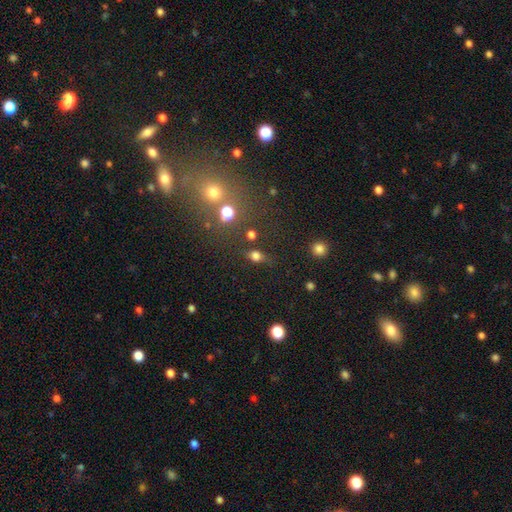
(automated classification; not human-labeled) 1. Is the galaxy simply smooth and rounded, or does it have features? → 73% smooth, 17% star or artifact, 10% featured or disk.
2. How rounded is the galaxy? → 49% in between, 46% round, 5% cigar-shaped.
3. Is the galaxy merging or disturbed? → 66% none, 18% minor disturbance, 8% merger, 8% major disturbance.